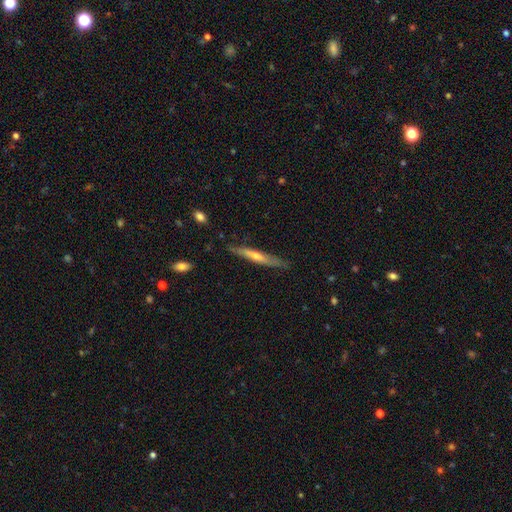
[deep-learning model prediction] This appears to be a featured or disk galaxy (65%) viewed edge-on (95%) with a rounded central bulge (70%). Merging: none (86%).